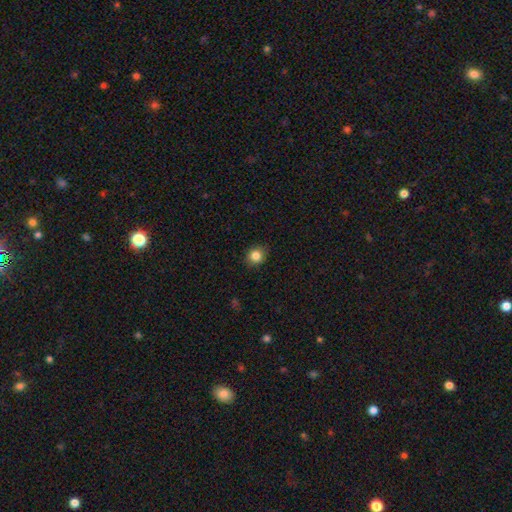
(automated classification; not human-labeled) smooth-or-featured: smooth: 84% | star or artifact: 11% | featured or disk: 6%
  how-rounded: round: 82% | in between: 17% | cigar-shaped: 1%
  merging: none: 87% | minor disturbance: 10% | major disturbance: 2% | merger: 1%